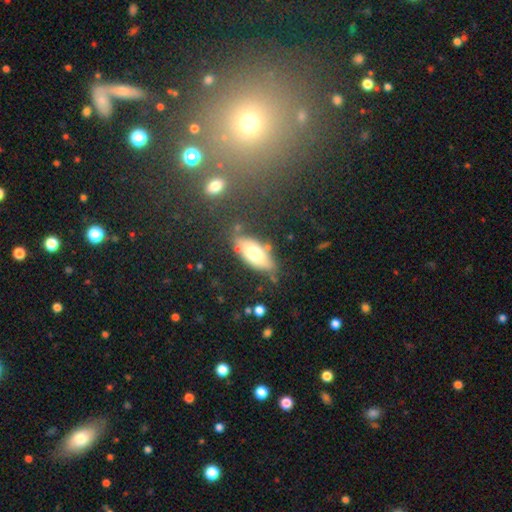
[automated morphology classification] This appears to be a smooth galaxy with no disk features (66%) that is in between round and cigar-shaped (82%). Merging: none (72%).